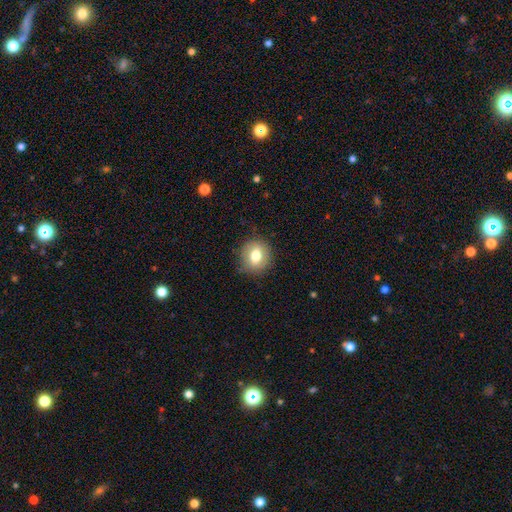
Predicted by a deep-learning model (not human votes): Morphology: type=smooth (74%); roundness=round (72%); merging=none (85%).